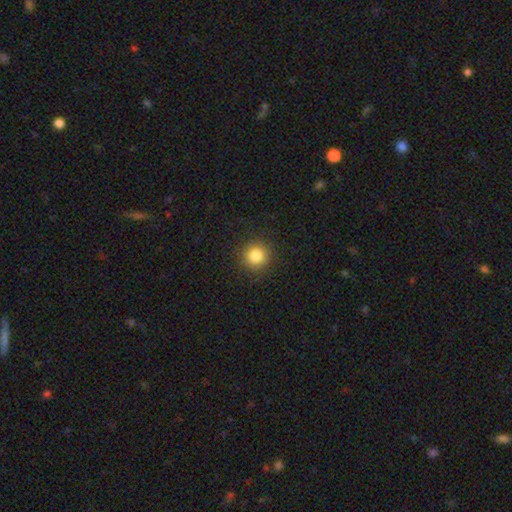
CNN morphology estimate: Overall: smooth (84%). How rounded: round (95%). Merging: none (90%).